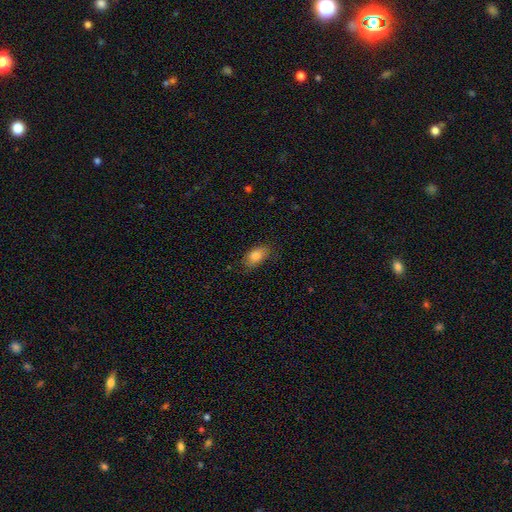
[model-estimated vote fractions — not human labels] Smooth or featured: smooth — 82% (featured or disk — 10%)
How rounded: in between — 90% (round — 7%)
Merging: none — 79% (minor disturbance — 17%)